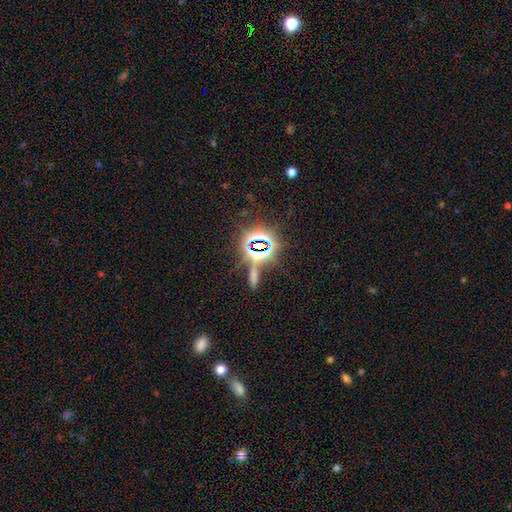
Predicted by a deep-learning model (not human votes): A star or artifact, not a galaxy (78%).